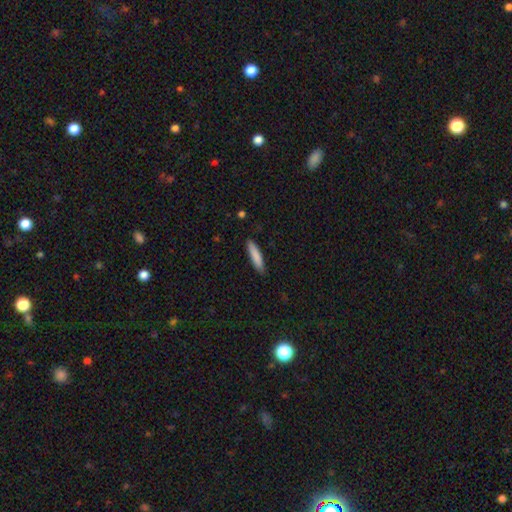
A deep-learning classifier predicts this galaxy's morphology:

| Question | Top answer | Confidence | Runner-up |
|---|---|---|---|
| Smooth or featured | smooth | 85% | featured or disk (9%) |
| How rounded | cigar-shaped | 82% | in between (17%) |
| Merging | none | 88% | minor disturbance (9%) |